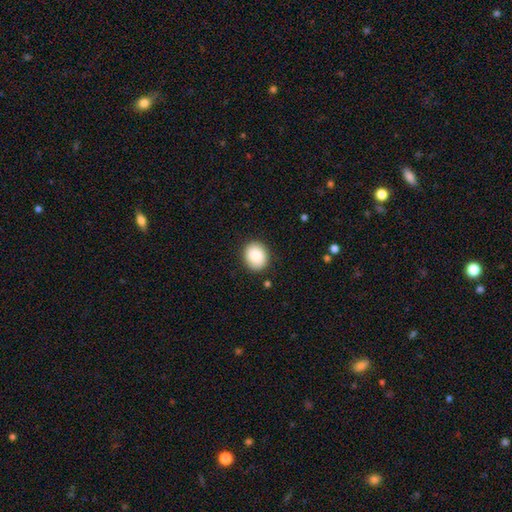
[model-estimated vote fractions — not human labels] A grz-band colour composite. It shows a smooth galaxy with no disk features (85%) that is round (68%). Merging: none (87%).